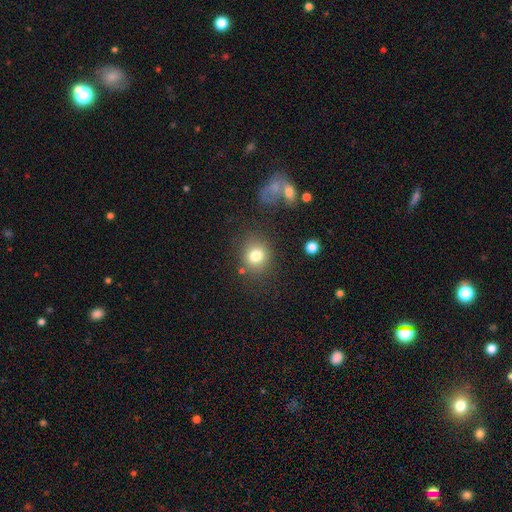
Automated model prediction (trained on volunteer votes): Smooth or featured: smooth — 79% (star or artifact — 12%)
How rounded: round — 75% (in between — 24%)
Merging: none — 76% (minor disturbance — 13%)